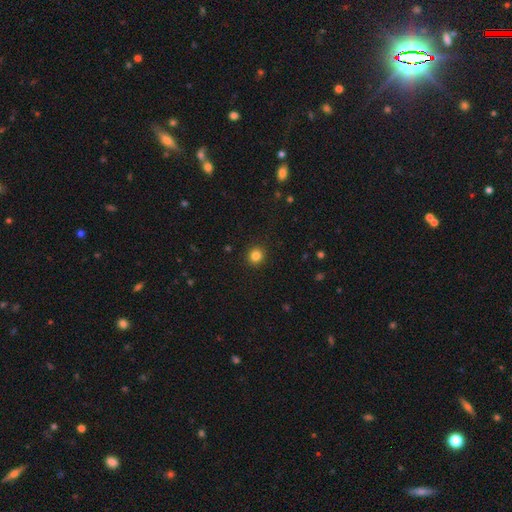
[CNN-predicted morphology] smooth_or_featured: smooth (p=0.84) [alt: star or artifact p=0.12]
how_rounded: round (p=0.91) [alt: in between p=0.08]
merging: none (p=0.92) [alt: minor disturbance p=0.05]